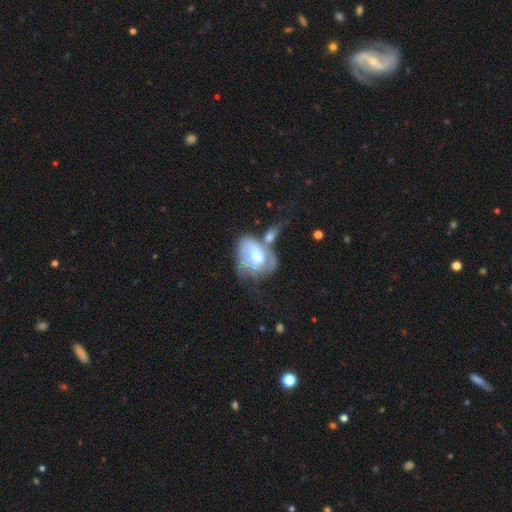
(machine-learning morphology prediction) Smooth or featured: featured or disk — 61% (smooth — 33%)
Edge-on disk: no — 95% (yes — 5%)
Bar: no — 44% (weak — 43%)
Spiral arms: yes — 64% (no — 36%)
Bulge size: moderate — 60% (large — 21%)
Merging: merger — 35% (none — 24%)